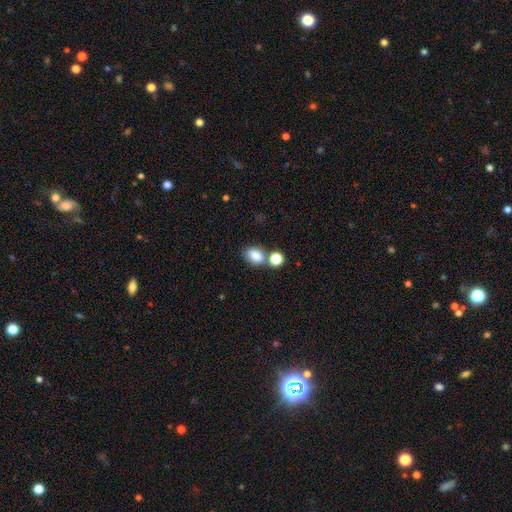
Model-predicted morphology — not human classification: Q: Smooth or featured?
A: smooth (81%); runner-up: star or artifact (11%)
Q: How rounded?
A: in between (77%); runner-up: round (21%)
Q: Merging?
A: none (55%); runner-up: merger (27%)